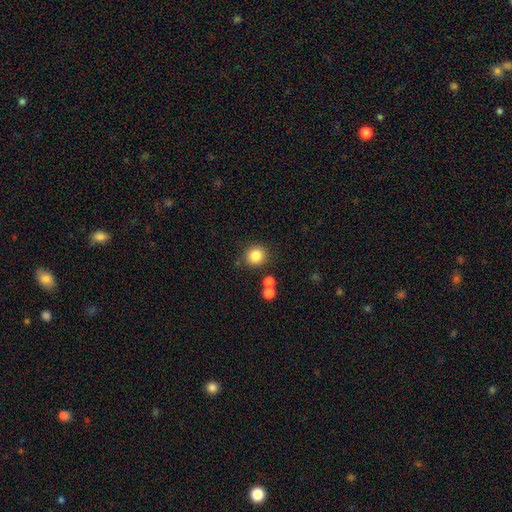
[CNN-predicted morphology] Overall: smooth (84%). How rounded: round (88%). Merging: none (84%).